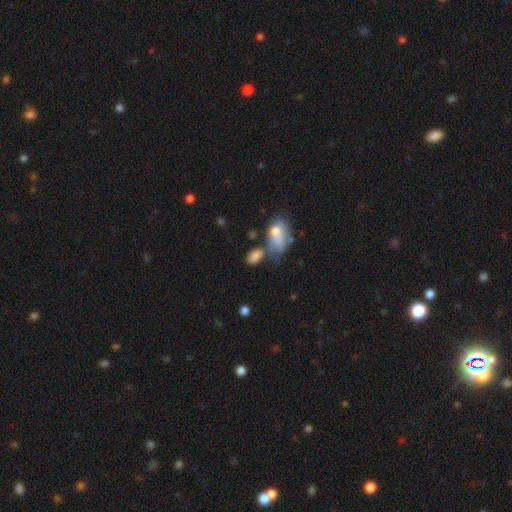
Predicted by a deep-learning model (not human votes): This is clearly a smooth galaxy (81%). How rounded: clearly in between (89%). Merging: possibly none (48%).